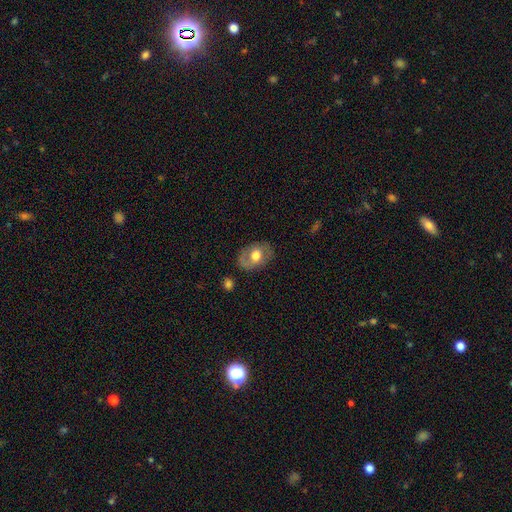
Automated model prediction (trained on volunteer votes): This appears to be a smooth galaxy with no disk features (50%) that is in between round and cigar-shaped (70%). Merging: none (75%).